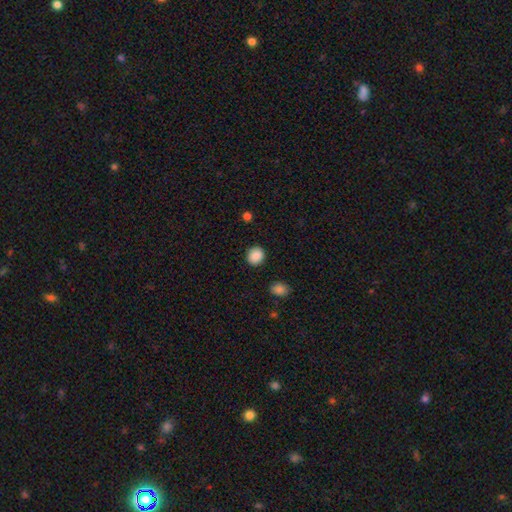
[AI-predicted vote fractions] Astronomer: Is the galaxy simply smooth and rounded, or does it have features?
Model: smooth — 89%.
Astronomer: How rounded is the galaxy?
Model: round — 84%.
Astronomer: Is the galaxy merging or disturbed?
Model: none — 90%.